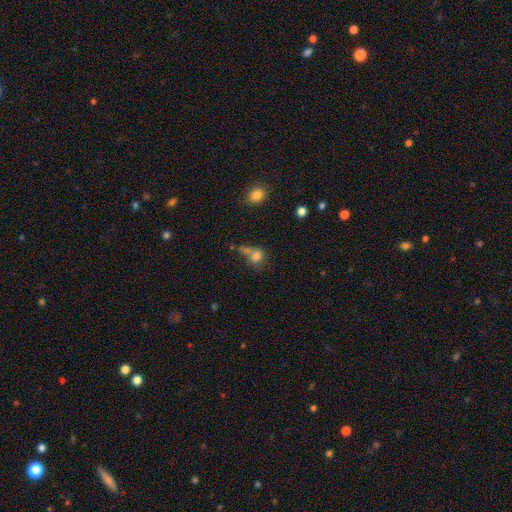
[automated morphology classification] Q: Smooth or featured?
A: smooth (74%); runner-up: star or artifact (14%)
Q: How rounded?
A: round (52%); runner-up: in between (45%)
Q: Merging?
A: merger (38%); runner-up: none (34%)